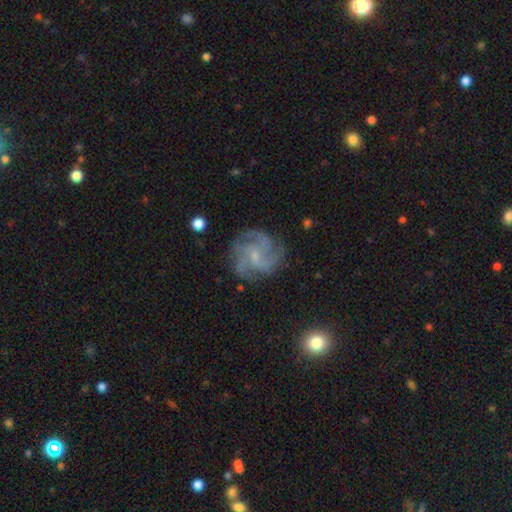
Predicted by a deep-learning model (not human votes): Smooth or featured? featured or disk (82%)
Edge-on disk? no (98%)
Bar? no (51%)
Spiral arms? yes (95%)
Spiral winding? medium (49%)
Spiral arm count? 4 (35%)
Bulge size? small (67%)
Merging? none (74%)